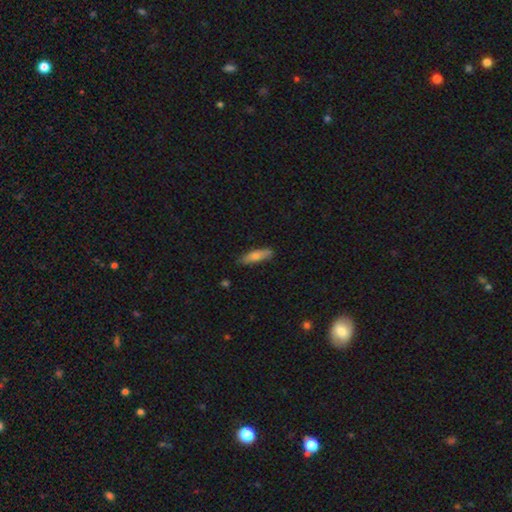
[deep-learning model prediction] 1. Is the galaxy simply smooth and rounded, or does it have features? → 73% smooth, 21% featured or disk, 6% star or artifact.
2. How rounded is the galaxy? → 63% cigar-shaped, 35% in between, 2% round.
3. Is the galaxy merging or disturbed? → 79% none, 16% minor disturbance, 3% major disturbance, 2% merger.